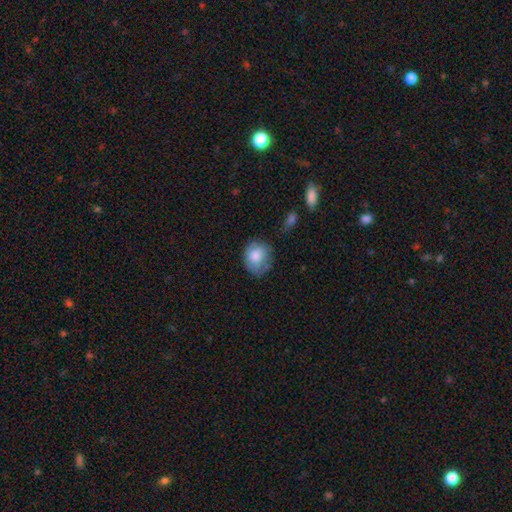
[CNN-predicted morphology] Smooth or featured?
  - smooth: 72% *
  - featured or disk: 21%
  - star or artifact: 7%
How rounded?
  - round: 64% *
  - in between: 35%
  - cigar-shaped: 1%
Merging?
  - none: 62% *
  - minor disturbance: 27%
  - major disturbance: 9%
  - merger: 2%